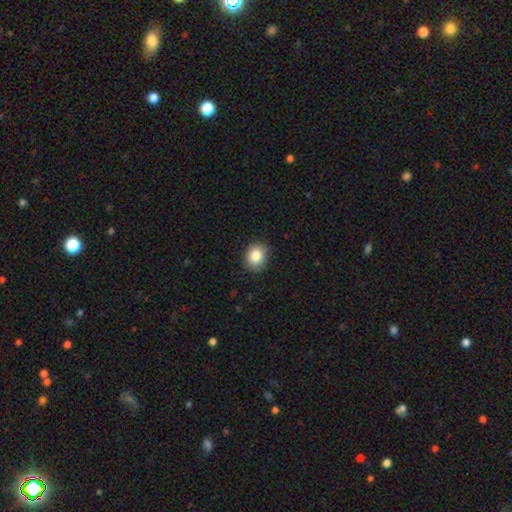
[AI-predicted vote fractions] smooth_or_featured: smooth (p=0.84) [alt: star or artifact p=0.09]
how_rounded: round (p=0.56) [alt: in between p=0.44]
merging: none (p=0.87) [alt: minor disturbance p=0.10]